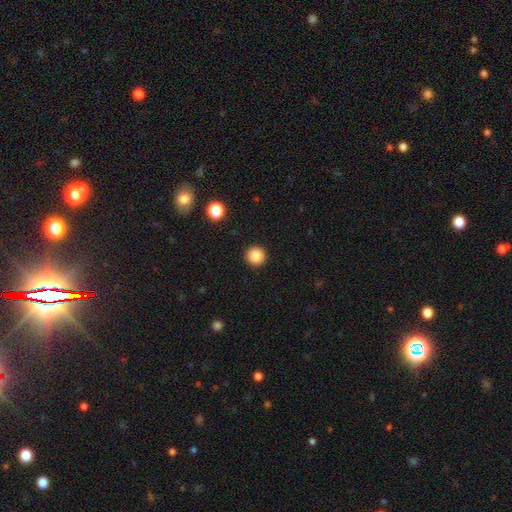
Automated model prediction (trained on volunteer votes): A smooth galaxy with no disk features (86%) that is round (96%).

Vote fractions:
- Smooth or featured? smooth: 86% / star or artifact: 10% / featured or disk: 4%
- How rounded? round: 96% / in between: 3% / cigar-shaped: 1%
- Merging? none: 93% / minor disturbance: 4% / major disturbance: 2% / merger: 1%